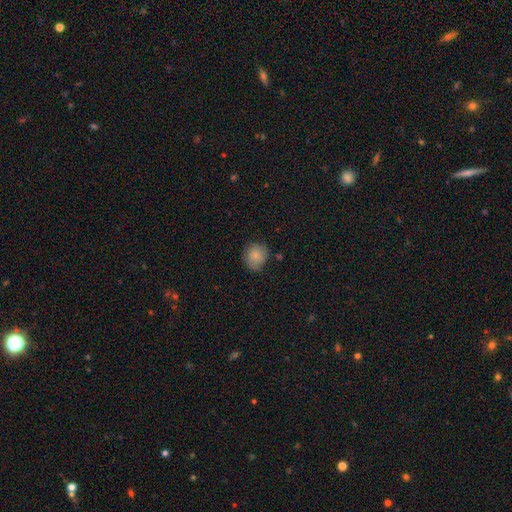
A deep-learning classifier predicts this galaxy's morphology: A smooth galaxy with no disk features (83%) that is round (81%). Merging: none (73%).